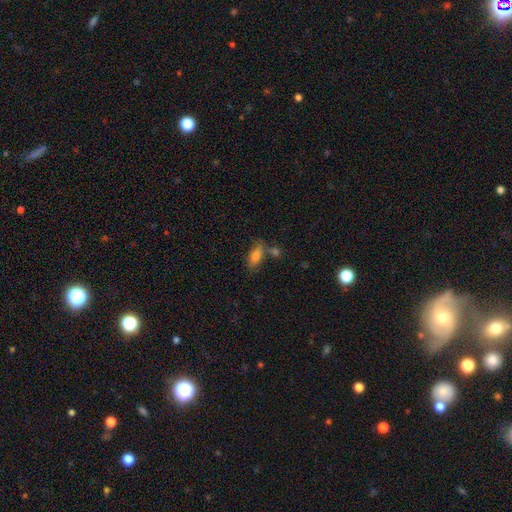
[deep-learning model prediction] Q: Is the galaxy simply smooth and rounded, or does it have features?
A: smooth — 80%.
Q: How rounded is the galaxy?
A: in between — 82%.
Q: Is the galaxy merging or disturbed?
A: none — 56%.